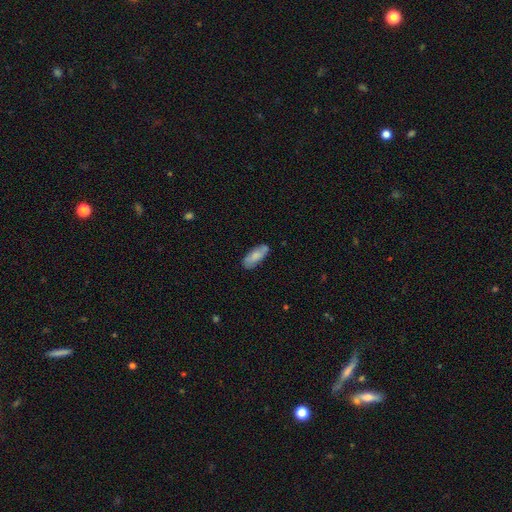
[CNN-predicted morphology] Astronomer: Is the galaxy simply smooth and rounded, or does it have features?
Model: smooth — 74%.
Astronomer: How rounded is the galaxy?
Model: in between — 75%.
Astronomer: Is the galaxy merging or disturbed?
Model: none — 77%.